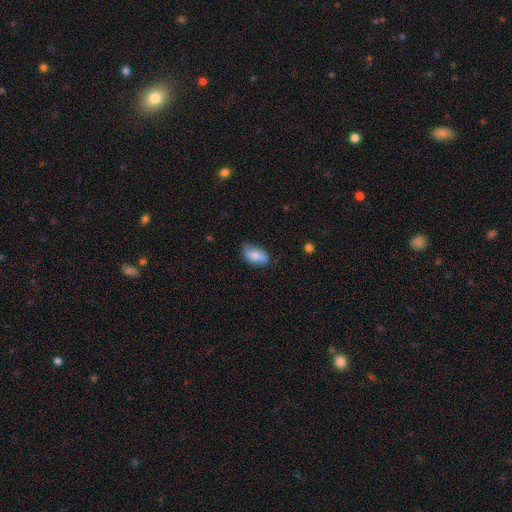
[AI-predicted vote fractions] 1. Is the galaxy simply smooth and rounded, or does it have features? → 76% smooth, 17% featured or disk, 7% star or artifact.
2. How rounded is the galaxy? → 92% in between, 4% cigar-shaped, 4% round.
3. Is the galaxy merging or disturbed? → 67% none, 25% minor disturbance, 5% major disturbance, 2% merger.